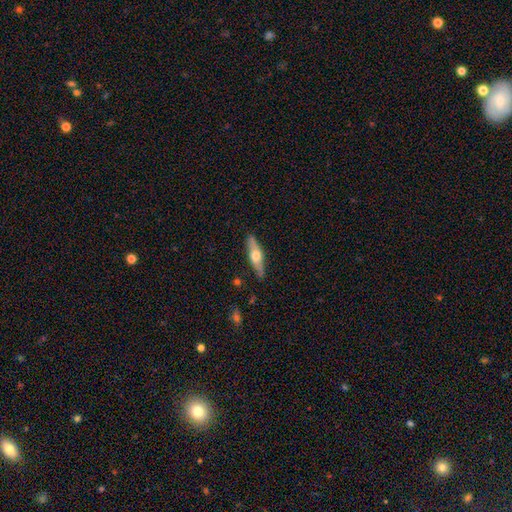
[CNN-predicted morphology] Smooth or featured?
  - featured or disk: 53% *
  - smooth: 41%
  - star or artifact: 6%
Edge-on disk?
  - yes: 88% *
  - no: 12%
Merging?
  - none: 86% *
  - minor disturbance: 10%
  - major disturbance: 2%
  - merger: 1%